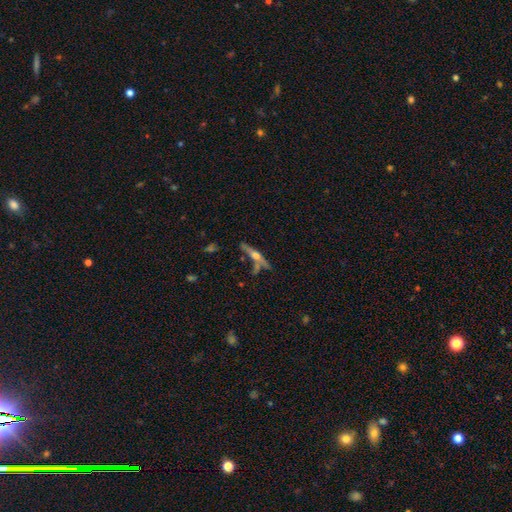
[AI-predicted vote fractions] smooth_or_featured: featured or disk (p=0.67) [alt: smooth p=0.26]
disk_edge_on: yes (p=0.95) [alt: no p=0.05]
edge_on_bulge: rounded (p=0.91) [alt: none p=0.05]
merging: none (p=0.64) [alt: merger p=0.15]